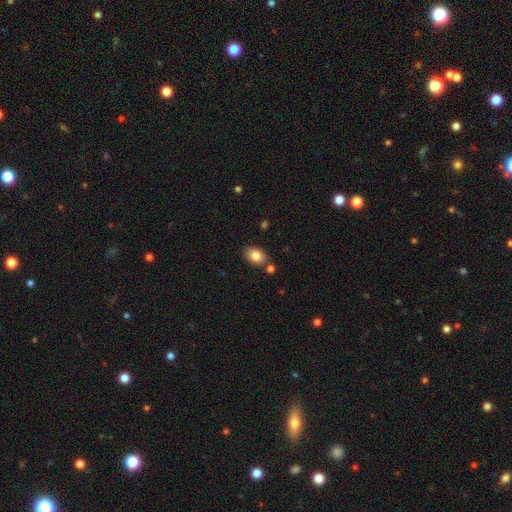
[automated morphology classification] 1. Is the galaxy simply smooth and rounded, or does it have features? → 83% smooth, 9% star or artifact, 8% featured or disk.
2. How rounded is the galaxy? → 76% in between, 23% round, 1% cigar-shaped.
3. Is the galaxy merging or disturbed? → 79% none, 11% minor disturbance, 7% merger, 3% major disturbance.